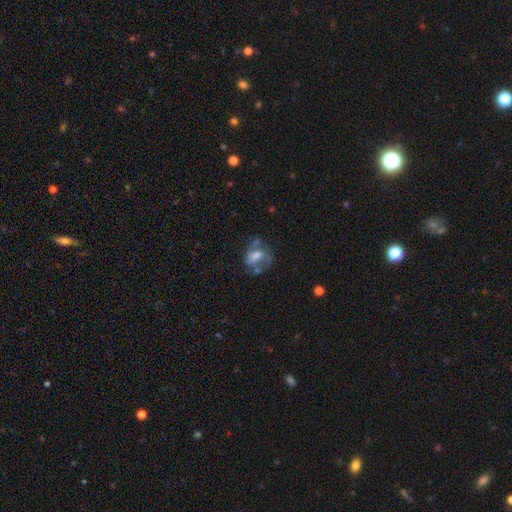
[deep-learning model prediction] The model was most divided on "smooth or featured": smooth: 47%, featured or disk: 42%, star or artifact: 10%. Remaining: merging — none (40%).